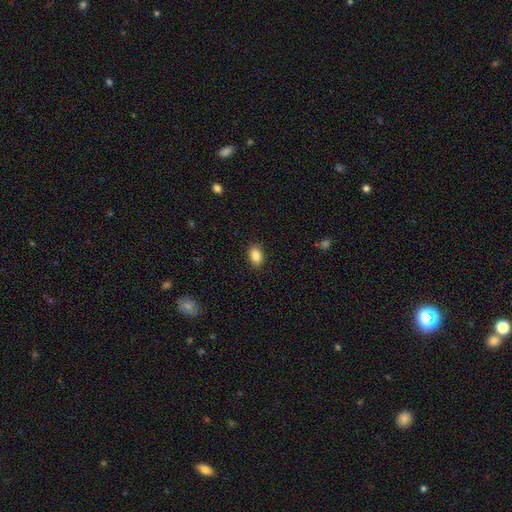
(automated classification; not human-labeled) The model was most divided on "how rounded": in between: 87%, round: 12%, cigar-shaped: 1%. More confident: merging — none (88%); smooth or featured — smooth (87%).